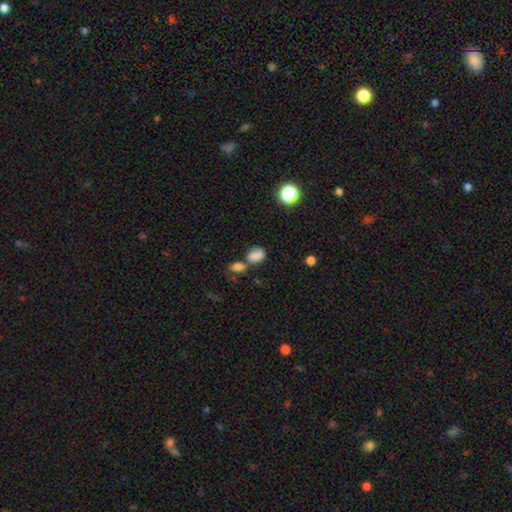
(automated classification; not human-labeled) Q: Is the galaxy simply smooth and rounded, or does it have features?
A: smooth — 75%.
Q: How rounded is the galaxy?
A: in between — 72%.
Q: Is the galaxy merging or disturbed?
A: merger — 40%.